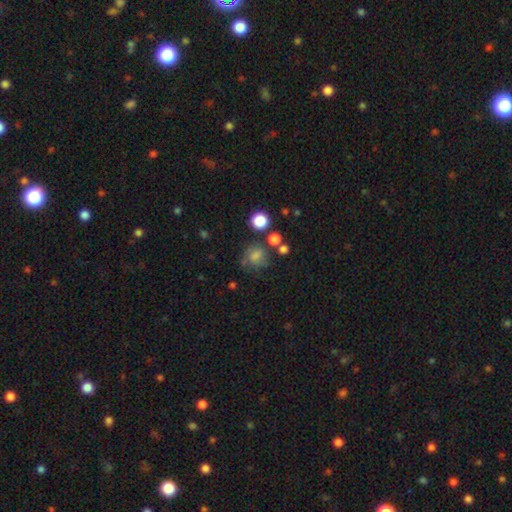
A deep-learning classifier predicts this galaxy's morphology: Smooth or featured? Predicted: smooth (p=0.73). How rounded? Predicted: round (p=0.78). Merging? Predicted: none (p=0.59).